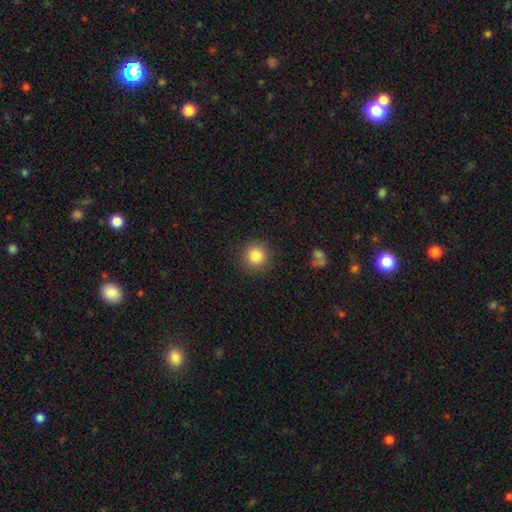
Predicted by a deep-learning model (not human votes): This is clearly a smooth galaxy (85%). How rounded: clearly round (93%). Merging: clearly none (89%).